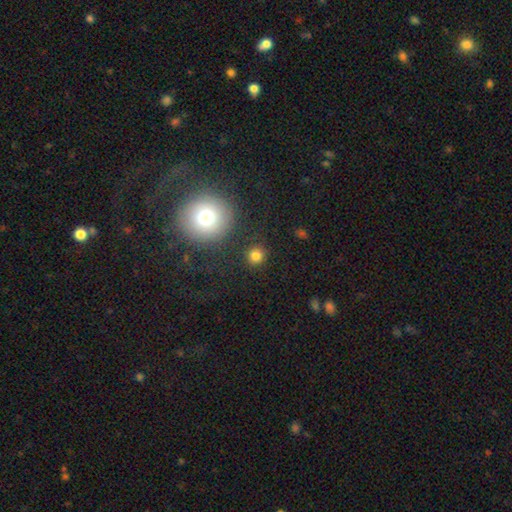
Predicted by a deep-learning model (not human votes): Smooth or featured? smooth (80%)
How rounded? round (92%)
Merging? none (88%)